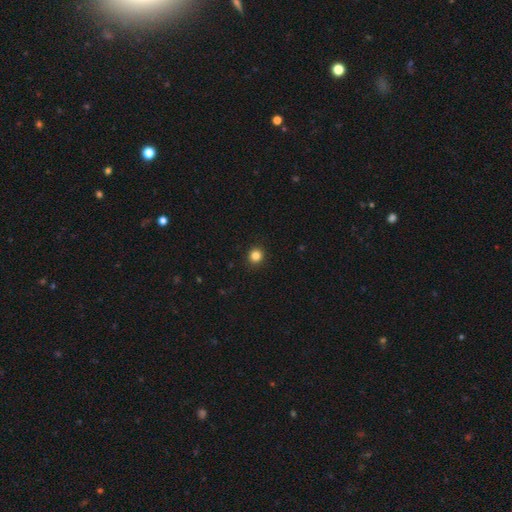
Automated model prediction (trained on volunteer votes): smooth-or-featured: smooth: 84% | star or artifact: 12% | featured or disk: 4%
  how-rounded: round: 87% | in between: 12% | cigar-shaped: 1%
  merging: none: 92% | minor disturbance: 6% | major disturbance: 2% | merger: 1%